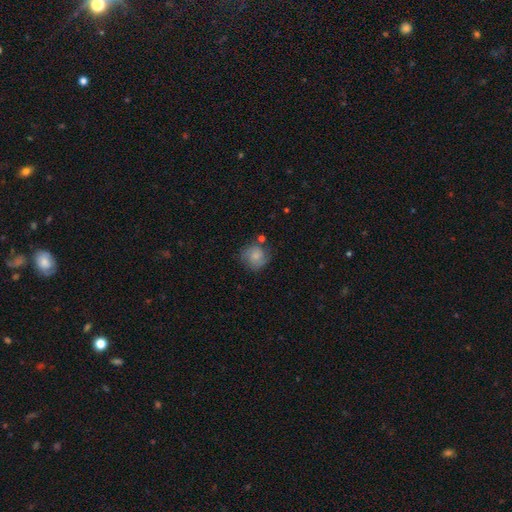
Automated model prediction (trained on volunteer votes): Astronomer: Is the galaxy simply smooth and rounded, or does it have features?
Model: smooth — 61%.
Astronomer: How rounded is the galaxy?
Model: round — 84%.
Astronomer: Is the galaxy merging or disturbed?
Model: none — 66%.